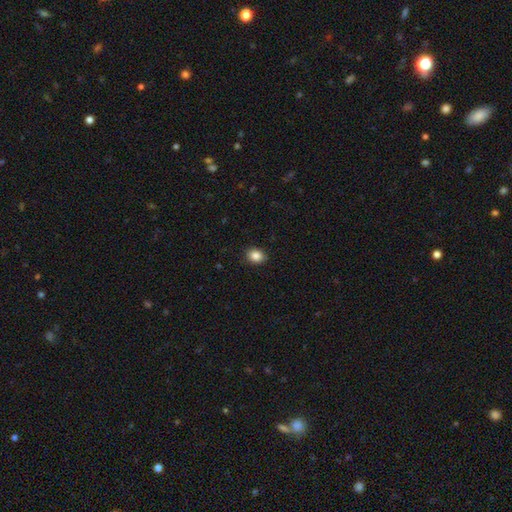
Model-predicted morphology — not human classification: Smooth or featured? smooth (86%)
How rounded? in between (60%)
Merging? none (89%)